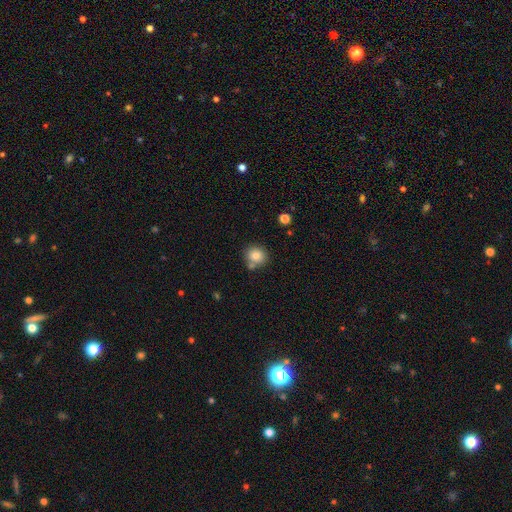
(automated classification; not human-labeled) Smooth or featured?
  - smooth: 81% *
  - star or artifact: 10%
  - featured or disk: 9%
How rounded?
  - round: 85% *
  - in between: 14%
  - cigar-shaped: 1%
Merging?
  - none: 70% *
  - merger: 15%
  - minor disturbance: 11%
  - major disturbance: 3%